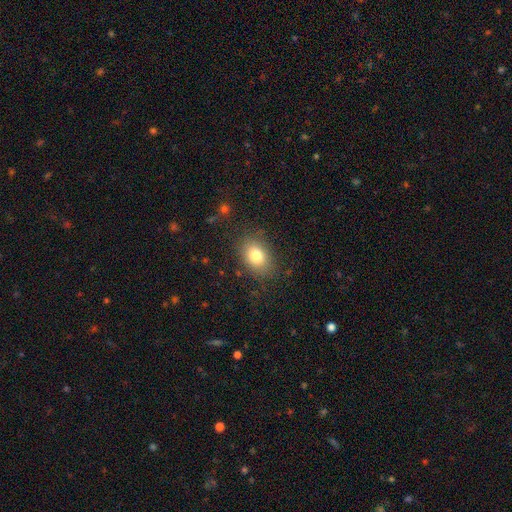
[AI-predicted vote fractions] smooth 79%, featured or disk 11%, star or artifact 10%. Down the decision tree: how rounded — in between (72%); merging — none (82%).